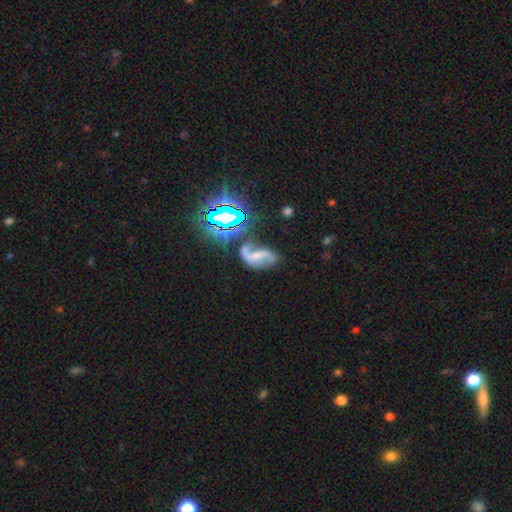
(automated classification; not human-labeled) Smooth or featured? Predicted: featured or disk (p=0.73). Edge-on disk? Predicted: no (p=0.97). Bar? Predicted: weak (p=0.37, tied with strong). Spiral arms? Predicted: yes (p=0.92). Spiral winding? Predicted: loose (p=0.70). Spiral arm count? Predicted: 2 (p=0.86). Bulge size? Predicted: small (p=0.47). Merging? Predicted: none (p=0.52).